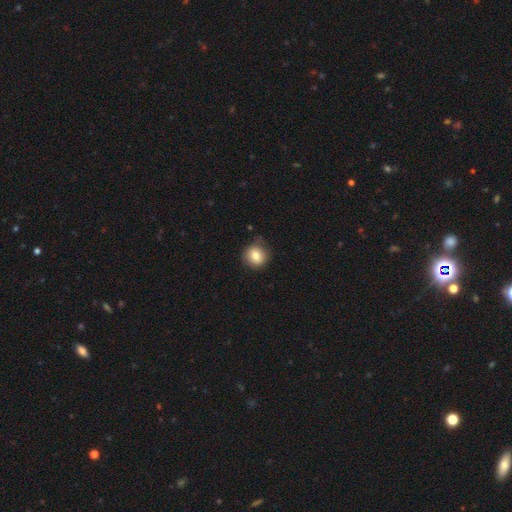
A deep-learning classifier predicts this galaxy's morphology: smooth 80%, featured or disk 11%, star or artifact 9%. Down the decision tree: how rounded — round (83%); merging — none (71%).